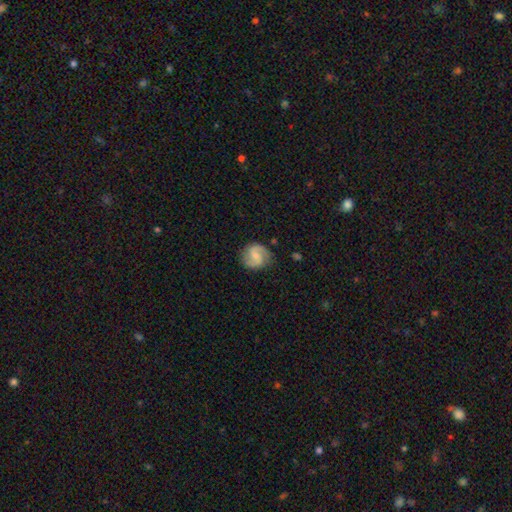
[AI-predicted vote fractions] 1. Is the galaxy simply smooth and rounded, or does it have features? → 77% featured or disk, 18% smooth, 6% star or artifact.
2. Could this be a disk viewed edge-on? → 98% no, 2% yes.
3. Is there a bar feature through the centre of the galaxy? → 53% weak, 30% no, 17% strong.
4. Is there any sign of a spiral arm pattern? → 96% yes, 4% no.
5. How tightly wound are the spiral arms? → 51% medium, 30% loose, 19% tight.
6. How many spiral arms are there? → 92% 2, 3% can't tell, 2% 1, 1% 3, 1% 4, 1% more than 4.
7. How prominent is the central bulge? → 45% small, 27% moderate, 25% none, 2% large, 1% dominant.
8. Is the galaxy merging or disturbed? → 82% none, 13% minor disturbance, 4% major disturbance, 1% merger.